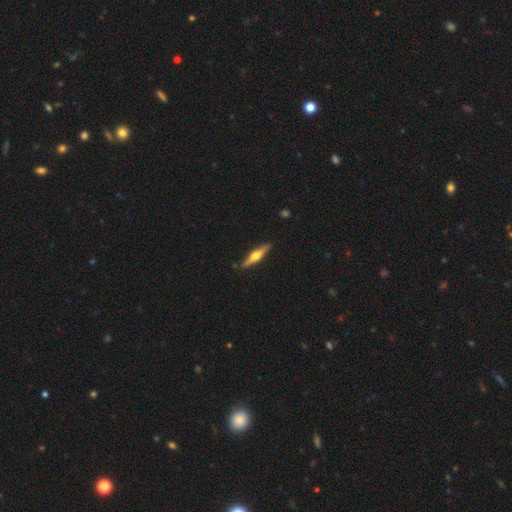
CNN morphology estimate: Smooth or featured? Predicted: featured or disk (p=0.67). Edge-on disk? Predicted: yes (p=0.97). Edge-on bulge? Predicted: rounded (p=0.94). Merging? Predicted: none (p=0.88).